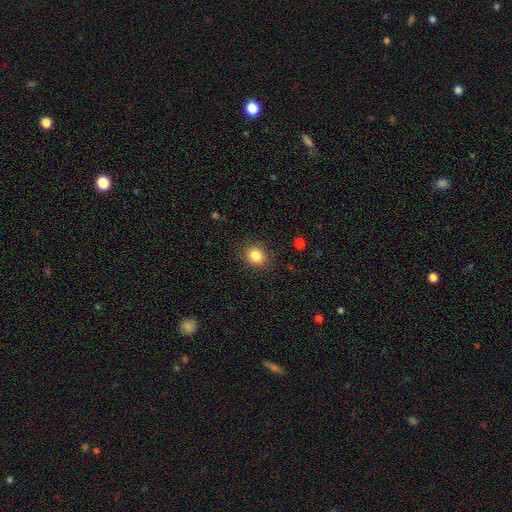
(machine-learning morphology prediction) The model was most divided on "how rounded": round: 73%, in between: 26%, cigar-shaped: 1%. More confident: merging — none (88%); smooth or featured — smooth (84%).